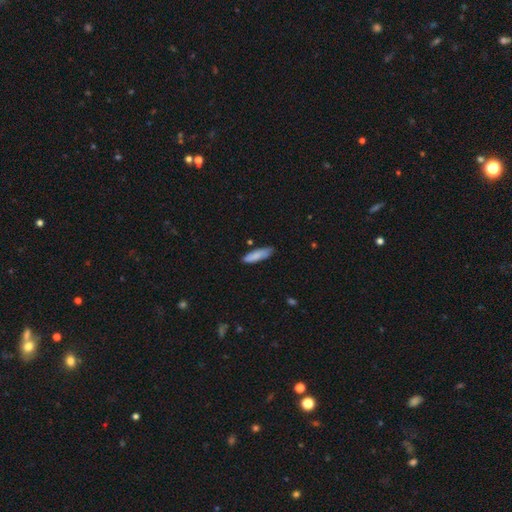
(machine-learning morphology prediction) Smooth or featured? Predicted: smooth (p=0.84). How rounded? Predicted: cigar-shaped (p=0.62). Merging? Predicted: none (p=0.74).